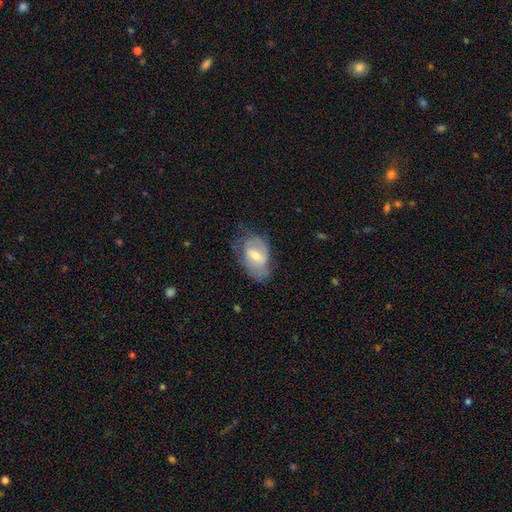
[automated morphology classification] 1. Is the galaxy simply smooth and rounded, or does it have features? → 59% featured or disk, 35% smooth, 6% star or artifact.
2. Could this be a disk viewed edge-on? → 95% no, 5% yes.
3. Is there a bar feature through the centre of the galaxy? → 55% weak, 26% strong, 19% no.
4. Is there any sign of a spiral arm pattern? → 75% yes, 25% no.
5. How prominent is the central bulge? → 51% moderate, 38% small, 6% large, 4% none, 1% dominant.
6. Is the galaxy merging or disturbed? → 54% none, 29% minor disturbance, 15% major disturbance, 2% merger.